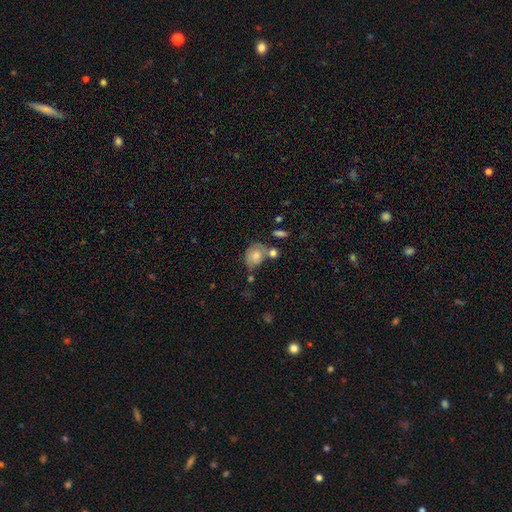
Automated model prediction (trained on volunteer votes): The model was most divided on "how rounded": in between: 51%, round: 48%, cigar-shaped: 1%. Remaining: smooth or featured — smooth (74%); merging — none (44%).